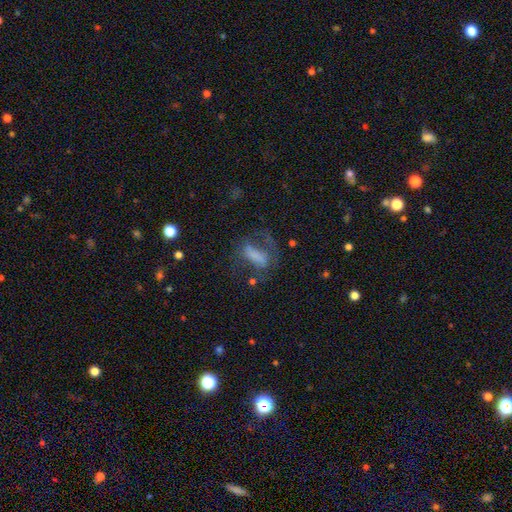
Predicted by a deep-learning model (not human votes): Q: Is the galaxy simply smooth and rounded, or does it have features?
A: smooth — 45%.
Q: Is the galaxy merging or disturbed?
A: major disturbance — 40%.